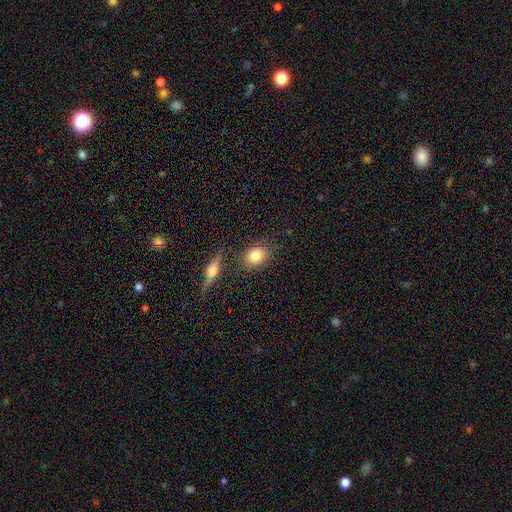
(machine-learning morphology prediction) This appears to be a smooth galaxy with no disk features (79%) that is in between round and cigar-shaped (53%). Merging: none (77%).